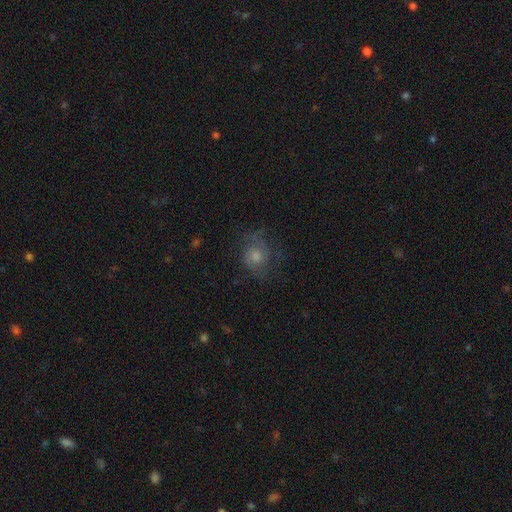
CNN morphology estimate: Overall: smooth (45%; featured or disk 35%). Merging: none (67%).